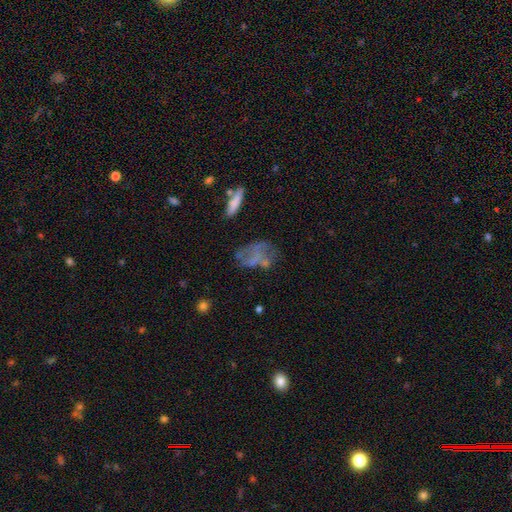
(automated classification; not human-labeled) Morphology: type=featured or disk (46%); merging=none (43%).